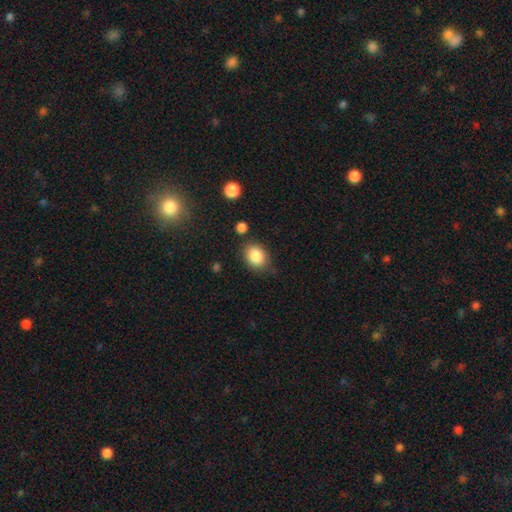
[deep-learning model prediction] Smooth or featured? Predicted: smooth (p=0.86). How rounded? Predicted: in between (p=0.59). Merging? Predicted: none (p=0.79).